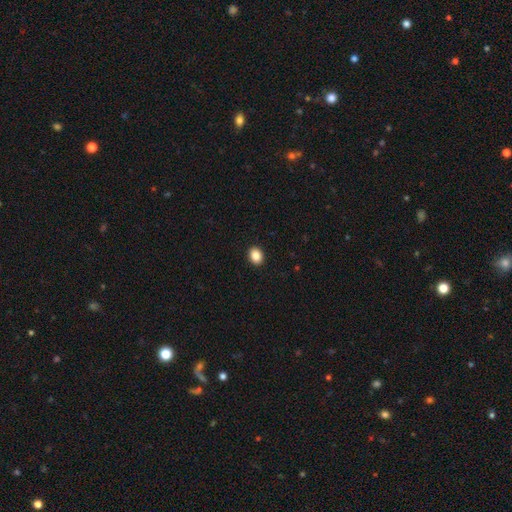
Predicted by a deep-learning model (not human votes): This appears to be a smooth galaxy with no disk features (87%) that is in between round and cigar-shaped (54%). Merging: none (92%).